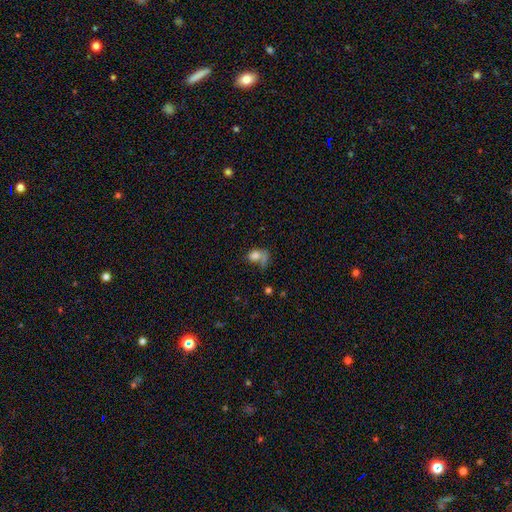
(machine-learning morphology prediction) Smooth or featured?
  - smooth: 72% *
  - featured or disk: 16%
  - star or artifact: 12%
How rounded?
  - in between: 69% *
  - round: 29%
  - cigar-shaped: 2%
Merging?
  - merger: 30% *
  - none: 29%
  - major disturbance: 25%
  - minor disturbance: 16%